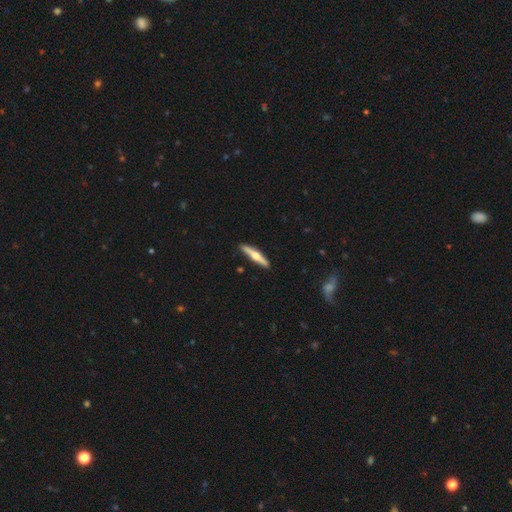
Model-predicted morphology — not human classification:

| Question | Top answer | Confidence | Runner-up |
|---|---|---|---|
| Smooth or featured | featured or disk | 62% | smooth (33%) |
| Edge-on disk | yes | 97% | no (3%) |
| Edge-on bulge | rounded | 93% | none (4%) |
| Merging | none | 90% | minor disturbance (7%) |